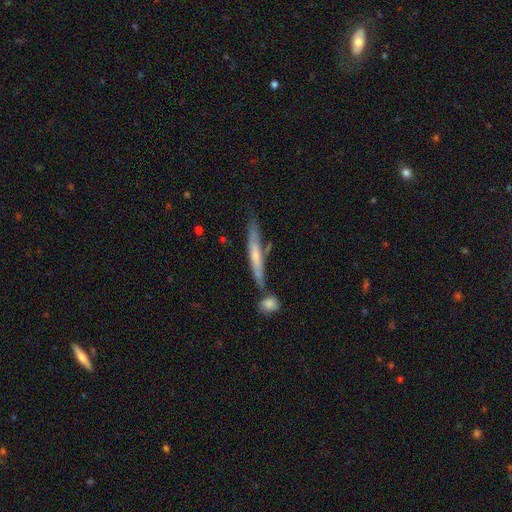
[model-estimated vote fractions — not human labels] Morphology: type=featured or disk (49%); merging=none (63%).